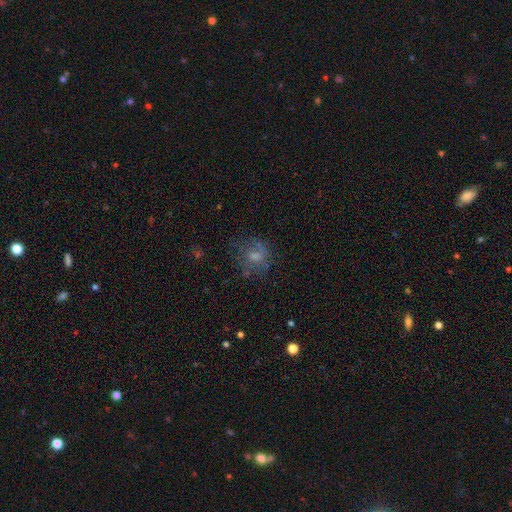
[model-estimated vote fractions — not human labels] smooth_or_featured: smooth (p=0.51) [alt: featured or disk p=0.35]
how_rounded: round (p=0.64) [alt: in between p=0.35]
merging: none (p=0.52) [alt: major disturbance p=0.24]